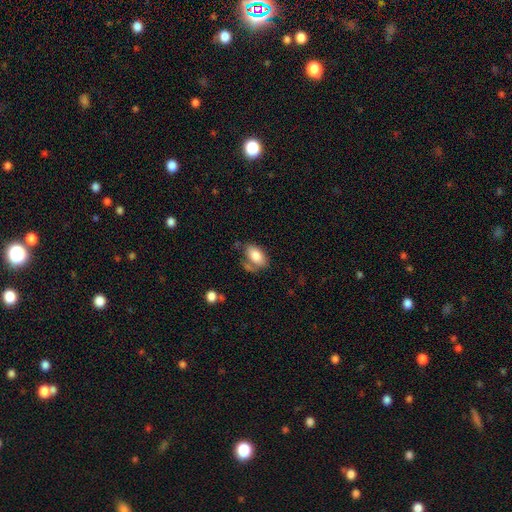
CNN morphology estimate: Overall: smooth (81%). How rounded: in between (93%). Merging: none (55%; minor disturbance 22%).